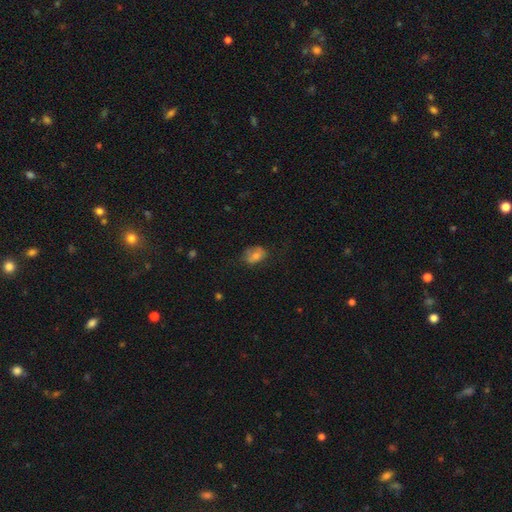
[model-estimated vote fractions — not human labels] smooth 66%, featured or disk 22%, star or artifact 12%. Down the decision tree: how rounded — in between (75%); merging — none (60%).